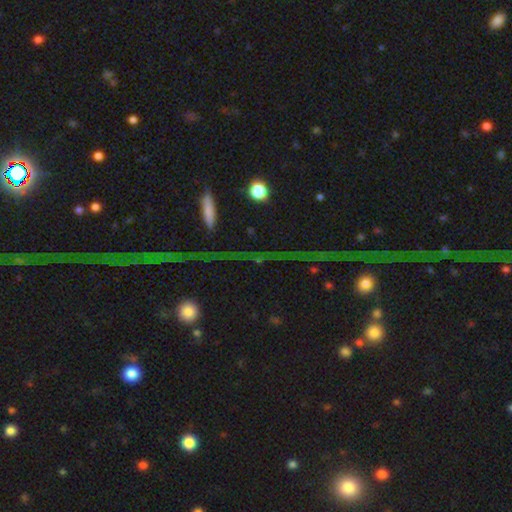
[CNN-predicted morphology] Smooth or featured? star or artifact (70%)